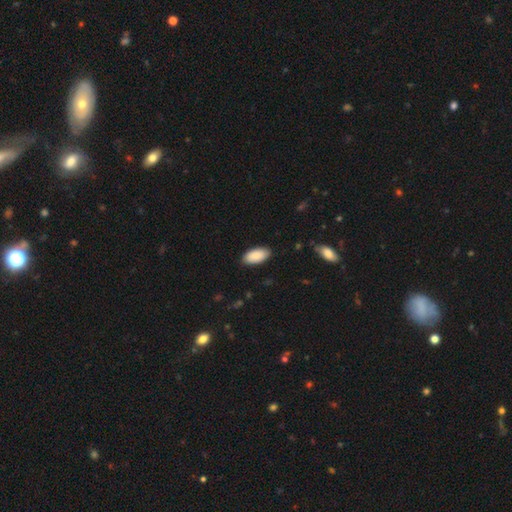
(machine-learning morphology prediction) Q: Smooth or featured?
A: smooth (90%); runner-up: star or artifact (6%)
Q: How rounded?
A: in between (94%); runner-up: cigar-shaped (5%)
Q: Merging?
A: none (87%); runner-up: minor disturbance (10%)